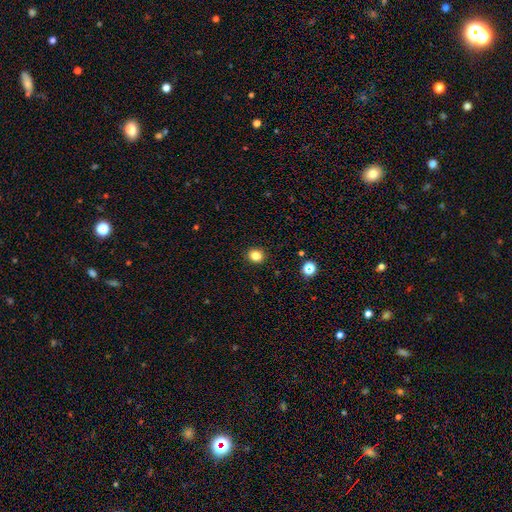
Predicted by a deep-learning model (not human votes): Smooth or featured?
  - smooth: 84% *
  - star or artifact: 12%
  - featured or disk: 5%
How rounded?
  - round: 76% *
  - in between: 23%
  - cigar-shaped: 1%
Merging?
  - none: 92% *
  - minor disturbance: 5%
  - major disturbance: 2%
  - merger: 1%